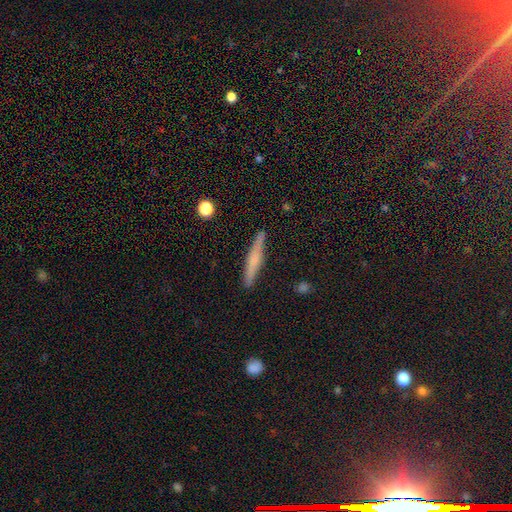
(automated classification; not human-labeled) smooth_or_featured: smooth (p=0.47) [alt: featured or disk p=0.40]
merging: none (p=0.90) [alt: minor disturbance p=0.07]